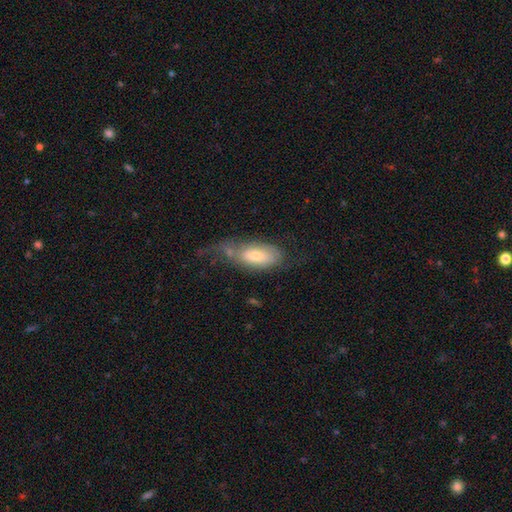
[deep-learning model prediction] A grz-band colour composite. It shows a smooth galaxy with no disk features (56%) that is in between round and cigar-shaped (85%). Merging: none (31%, tied with major disturbance).